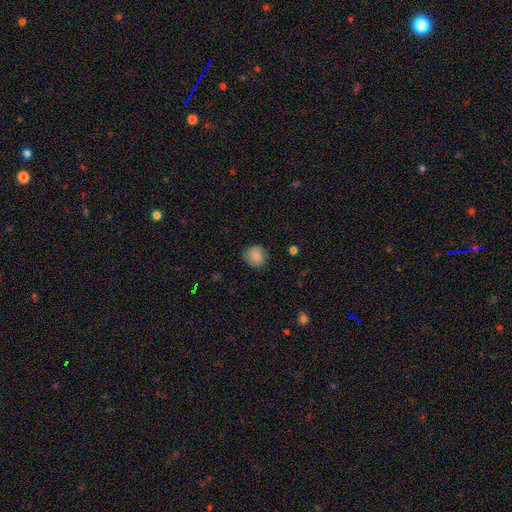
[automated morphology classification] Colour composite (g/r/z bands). It shows a smooth galaxy with no disk features (83%) that is round (84%). Merging: none (80%).